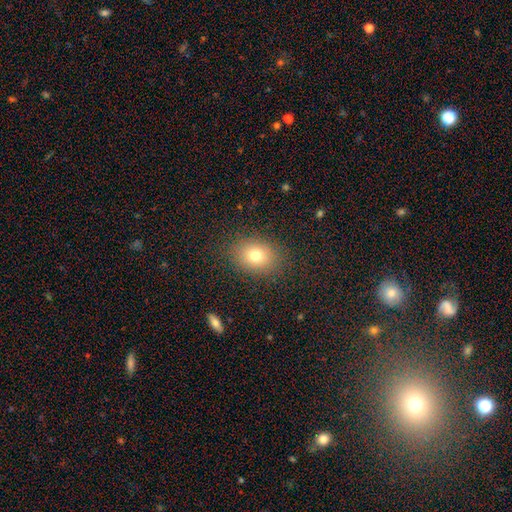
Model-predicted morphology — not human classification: This appears to be a smooth galaxy with no disk features (75%) that is in between round and cigar-shaped (56%). Merging: none (85%).